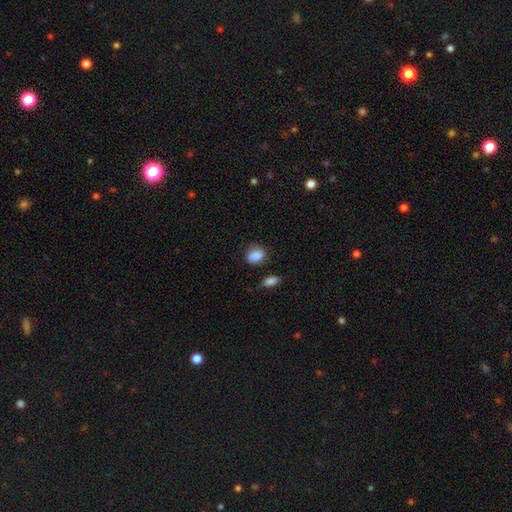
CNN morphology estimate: A smooth galaxy with no disk features (85%) that is in between round and cigar-shaped (62%). Merging: none (65%).